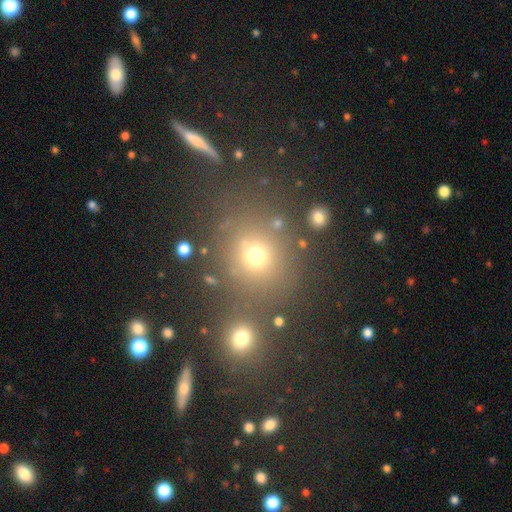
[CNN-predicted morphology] Q: Smooth or featured?
A: smooth (68%); runner-up: star or artifact (22%)
Q: How rounded?
A: round (80%); runner-up: in between (19%)
Q: Merging?
A: none (69%); runner-up: merger (15%)